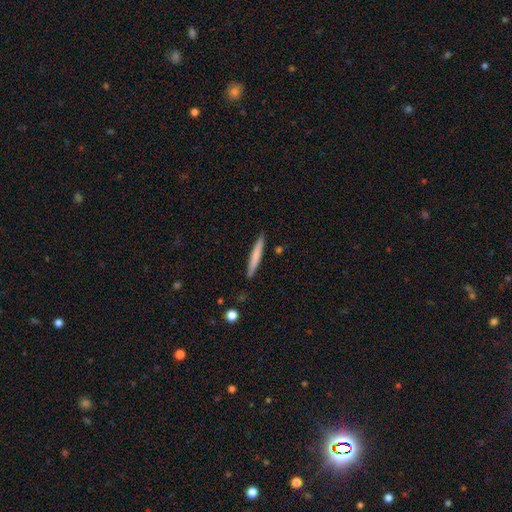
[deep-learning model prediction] Q: Smooth or featured?
A: smooth (69%); runner-up: featured or disk (26%)
Q: How rounded?
A: cigar-shaped (96%); runner-up: in between (3%)
Q: Merging?
A: none (89%); runner-up: minor disturbance (8%)